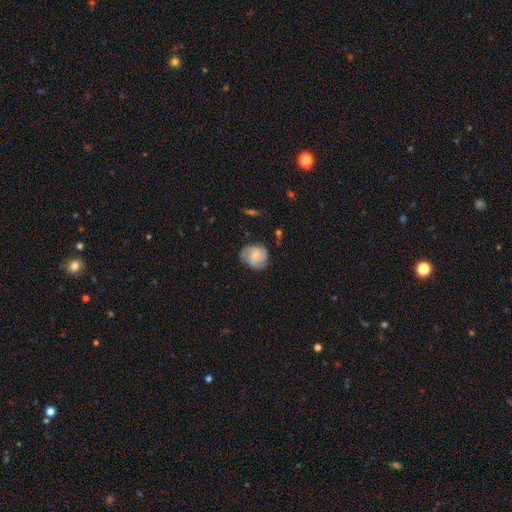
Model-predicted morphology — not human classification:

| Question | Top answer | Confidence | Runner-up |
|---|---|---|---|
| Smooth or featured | featured or disk | 59% | smooth (34%) |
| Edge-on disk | no | 98% | yes (2%) |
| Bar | no | 64% | weak (31%) |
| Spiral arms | yes | 91% | no (9%) |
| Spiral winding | tight | 43% | tied: medium (43%) |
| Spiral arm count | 3 | 36% | 2 (33%) |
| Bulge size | small | 51% | moderate (42%) |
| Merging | none | 68% | minor disturbance (24%) |